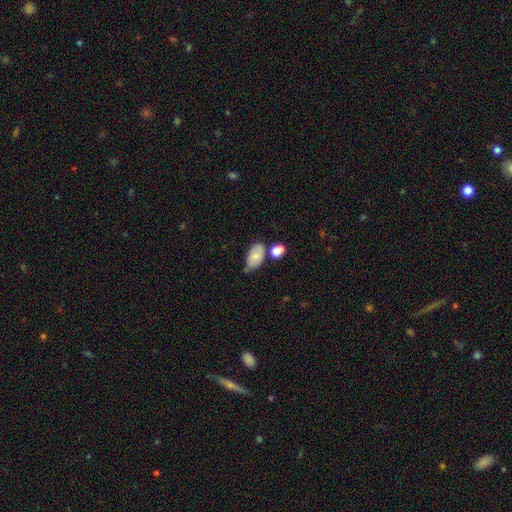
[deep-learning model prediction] This appears to be a smooth galaxy with no disk features (73%) that is in between round and cigar-shaped (92%). Merging: none (50%).